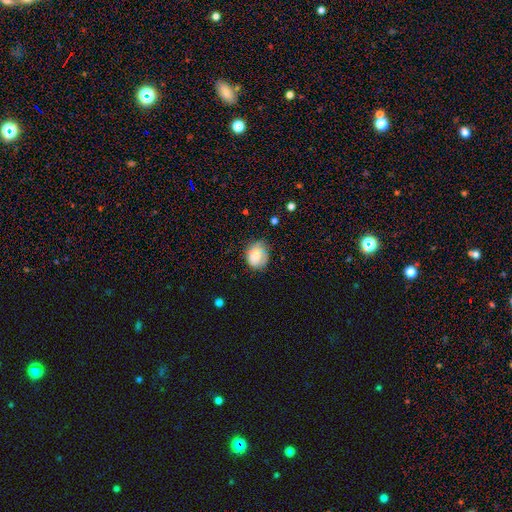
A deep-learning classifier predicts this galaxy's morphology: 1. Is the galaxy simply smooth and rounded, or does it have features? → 74% smooth, 18% featured or disk, 8% star or artifact.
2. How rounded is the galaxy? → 53% round, 46% in between, 1% cigar-shaped.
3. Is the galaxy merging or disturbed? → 59% none, 31% minor disturbance, 8% major disturbance, 2% merger.